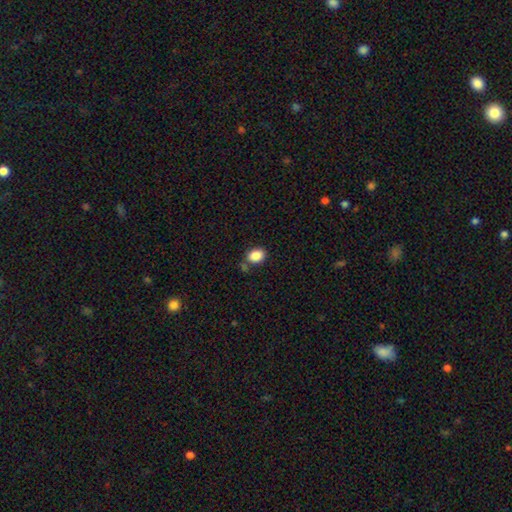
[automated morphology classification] The model was most divided on "how rounded": in between: 68%, round: 31%, cigar-shaped: 1%. More confident: smooth or featured — smooth (87%); merging — none (72%).